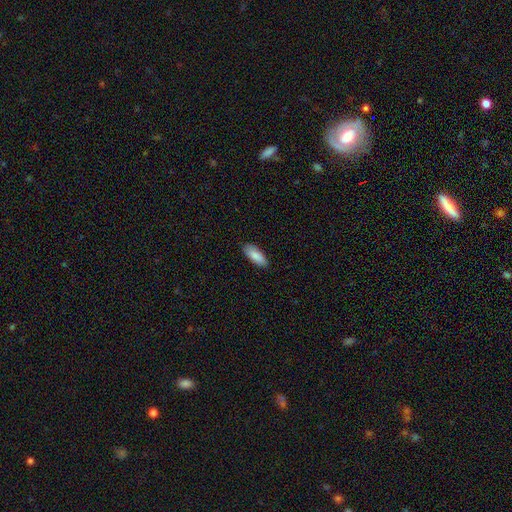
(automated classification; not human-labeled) Morphology: type=smooth (88%); roundness=in between (76%); merging=none (88%).